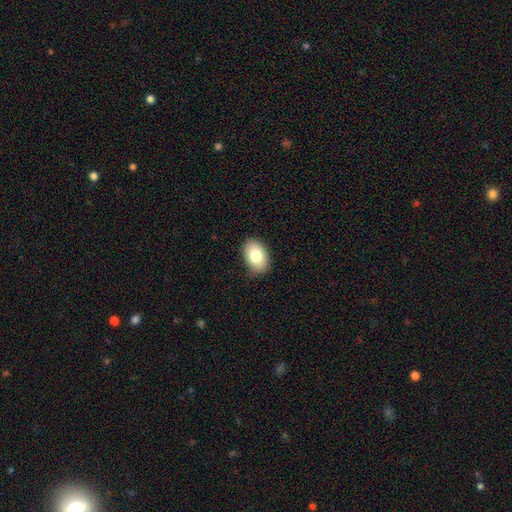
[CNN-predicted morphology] type=smooth (80%); roundness=in between (86%); merging=none (86%).